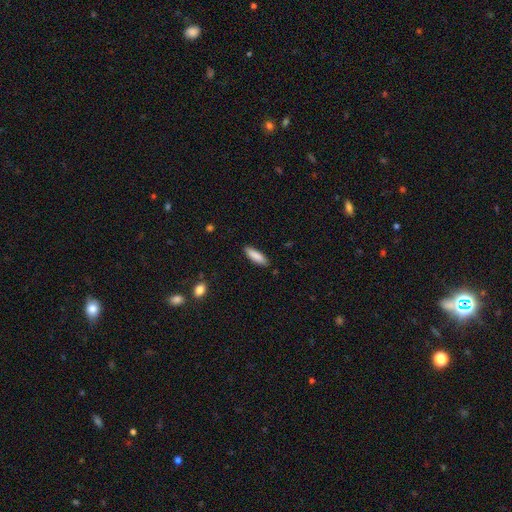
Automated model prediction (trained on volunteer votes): smooth_or_featured: smooth (p=0.87) [alt: featured or disk p=0.07]
how_rounded: cigar-shaped (p=0.54) [alt: in between p=0.44]
merging: none (p=0.86) [alt: minor disturbance p=0.11]